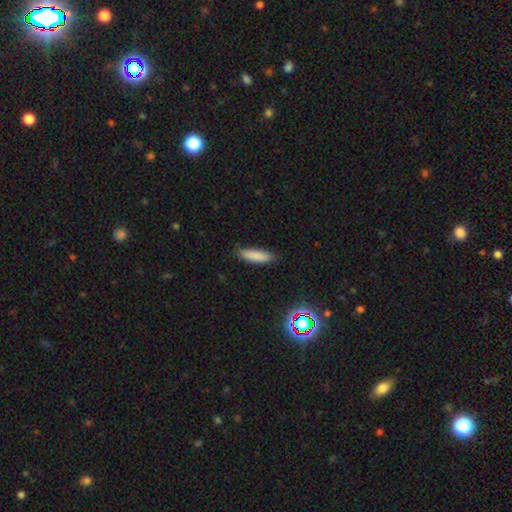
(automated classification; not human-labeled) This is clearly a smooth galaxy (84%). How rounded: likely cigar-shaped (62%). Merging: clearly none (85%).